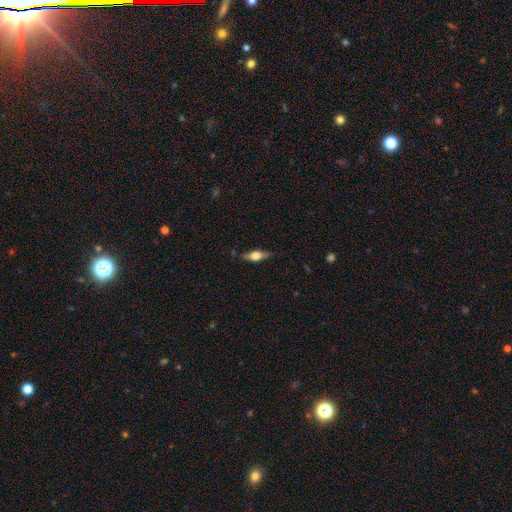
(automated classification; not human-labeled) featured or disk 48%, smooth 45%, star or artifact 7%. Down the decision tree: merging — none (80%).